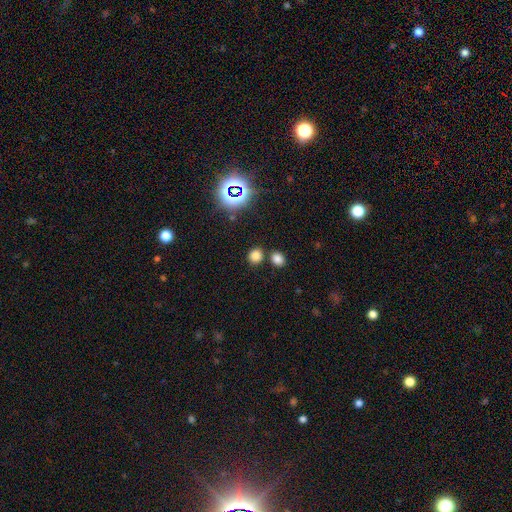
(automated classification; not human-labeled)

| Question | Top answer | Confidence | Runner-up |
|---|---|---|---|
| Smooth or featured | smooth | 76% | star or artifact (19%) |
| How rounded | round | 77% | in between (22%) |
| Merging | none | 74% | merger (15%) |